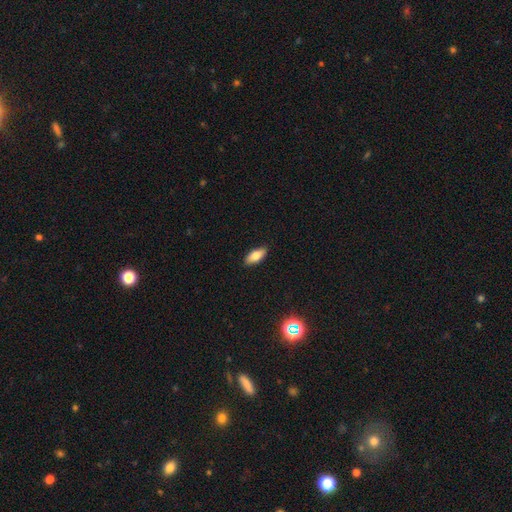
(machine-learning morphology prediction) Smooth or featured: smooth — 77% (featured or disk — 16%)
How rounded: in between — 85% (cigar-shaped — 12%)
Merging: none — 89% (minor disturbance — 9%)